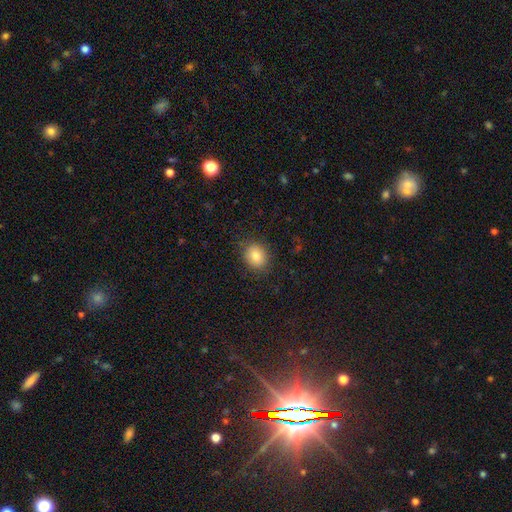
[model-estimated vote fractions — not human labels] Smooth or featured: smooth — 83% (star or artifact — 10%)
How rounded: round — 62% (in between — 37%)
Merging: none — 86% (minor disturbance — 10%)